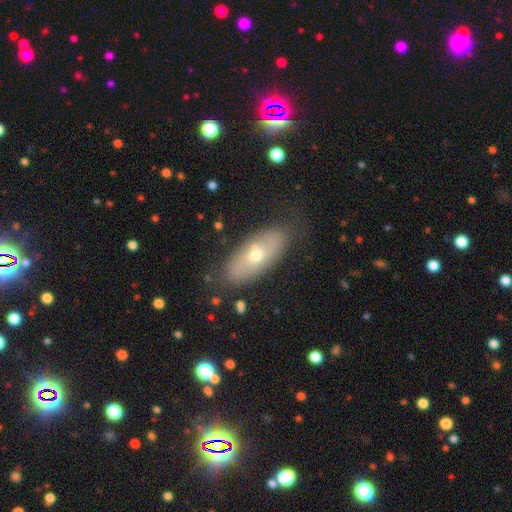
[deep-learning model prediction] Smooth or featured: smooth — 53% (featured or disk — 36%)
How rounded: in between — 80% (cigar-shaped — 17%)
Merging: none — 82% (minor disturbance — 13%)